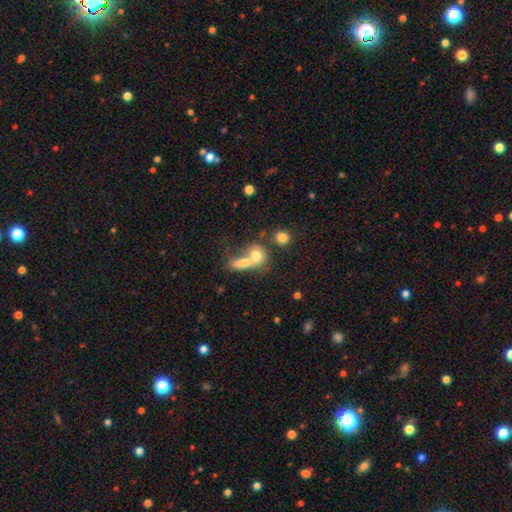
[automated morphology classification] A smooth galaxy with no disk features (72%) that is round (47%). Merging: merger (61%).